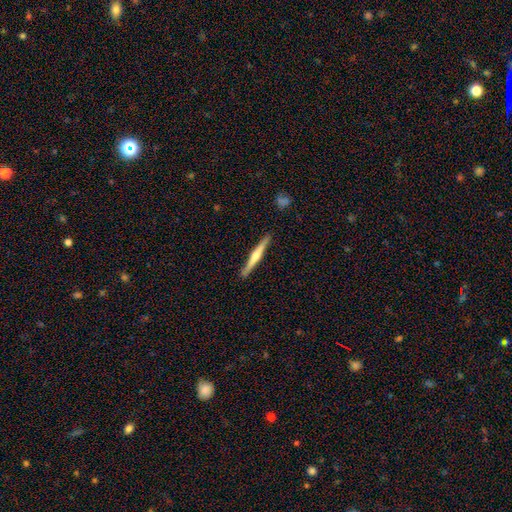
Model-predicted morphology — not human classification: This appears to be a featured or disk galaxy (65%) viewed edge-on (98%) with a rounded central bulge (81%). Merging: none (90%).